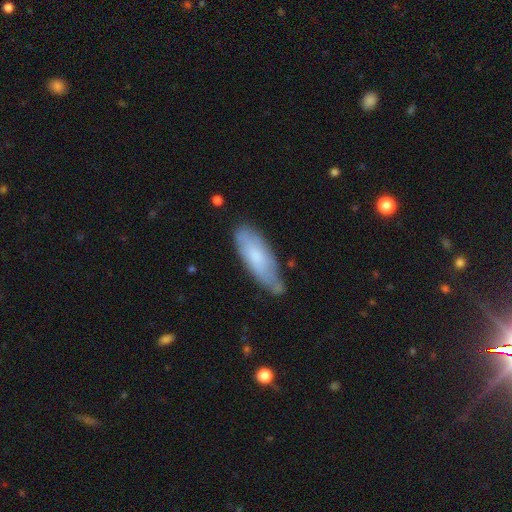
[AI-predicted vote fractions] Overall: smooth (65%; featured or disk 28%). How rounded: in between (61%; cigar-shaped 38%). Merging: none (59%; minor disturbance 31%).